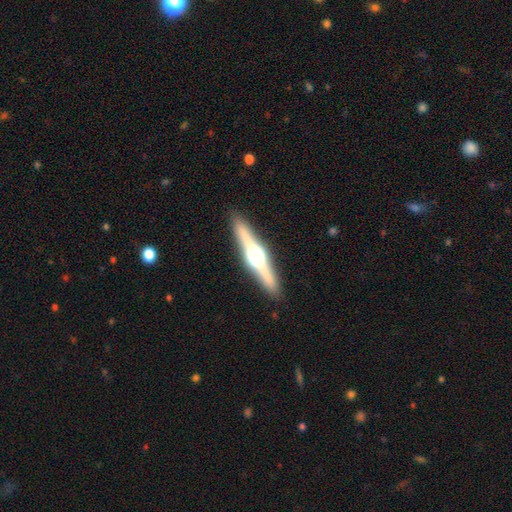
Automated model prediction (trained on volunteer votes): This appears to be a featured or disk galaxy (80%) viewed edge-on (98%) with a rounded central bulge (92%). Merging: none (91%).